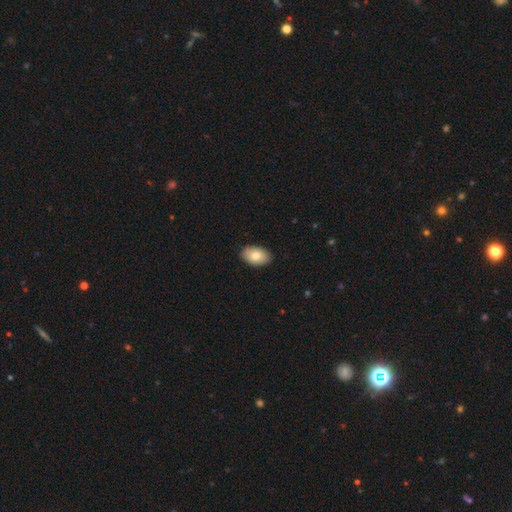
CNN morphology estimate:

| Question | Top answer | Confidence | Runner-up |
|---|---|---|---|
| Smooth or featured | smooth | 81% | featured or disk (13%) |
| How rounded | in between | 92% | round (7%) |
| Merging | none | 89% | minor disturbance (8%) |